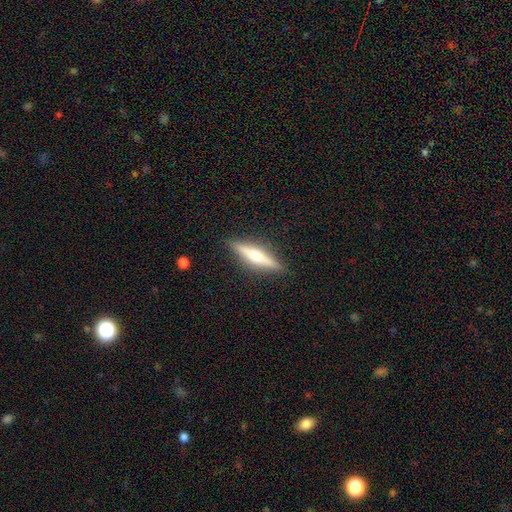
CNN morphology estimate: smooth_or_featured: featured or disk (p=0.60) [alt: smooth p=0.34]
disk_edge_on: yes (p=0.96) [alt: no p=0.04]
edge_on_bulge: rounded (p=0.86) [alt: none p=0.08]
merging: none (p=0.90) [alt: minor disturbance p=0.07]